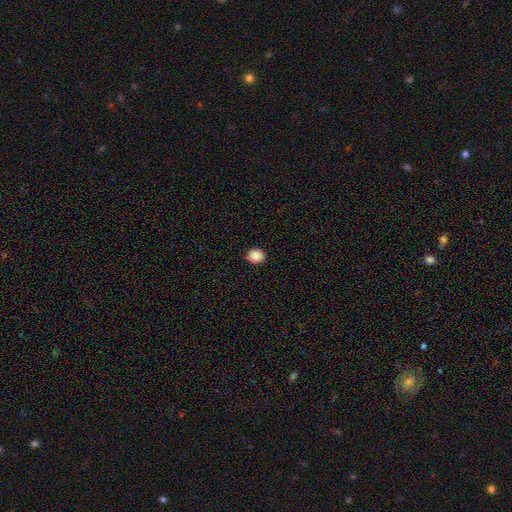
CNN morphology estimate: Smooth or featured? smooth (88%)
How rounded? round (68%)
Merging? none (89%)